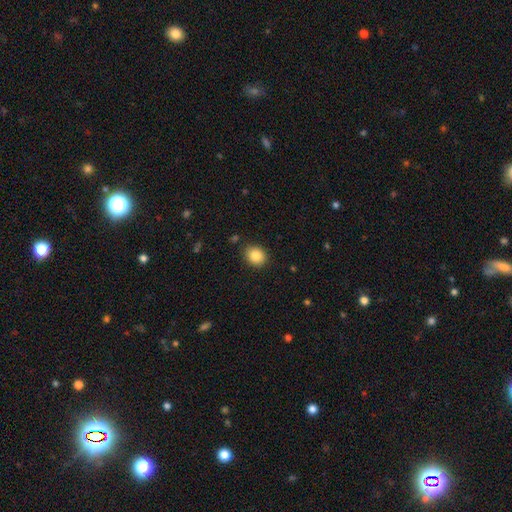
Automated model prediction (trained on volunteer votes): smooth 86%, star or artifact 9%, featured or disk 5%. Down the decision tree: how rounded — round (62%); merging — none (87%).